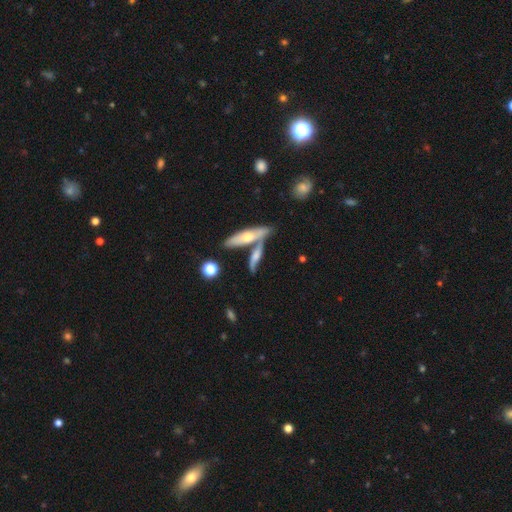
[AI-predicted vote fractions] Smooth or featured? featured or disk (52%)
Edge-on disk? yes (73%)
Merging? none (46%)